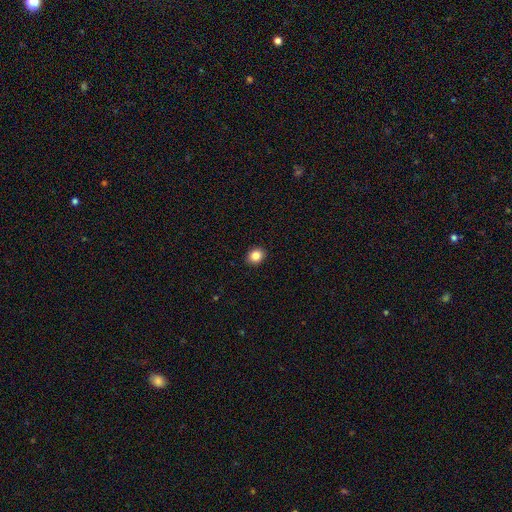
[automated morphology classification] Overall: smooth (85%). How rounded: round (56%; in between 43%). Merging: none (91%).